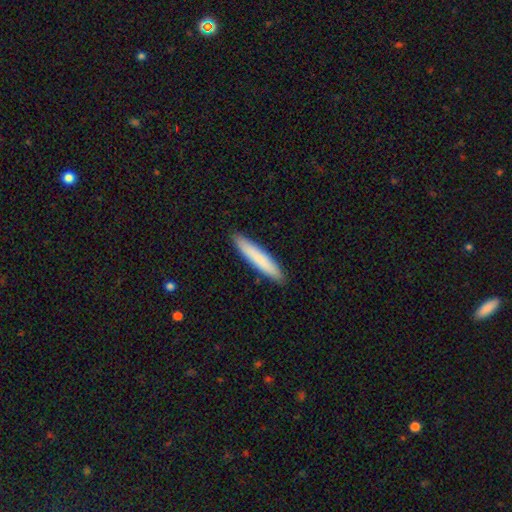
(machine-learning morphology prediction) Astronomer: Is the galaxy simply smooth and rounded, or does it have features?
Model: smooth — 80%.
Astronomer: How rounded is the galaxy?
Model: cigar-shaped — 92%.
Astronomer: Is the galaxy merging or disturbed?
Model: none — 91%.